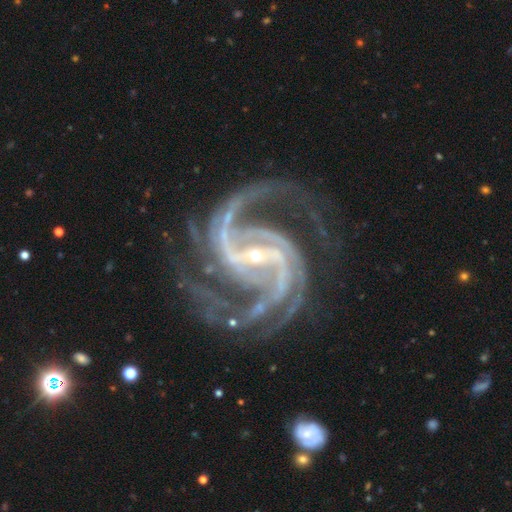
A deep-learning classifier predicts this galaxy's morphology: Smooth or featured?
  - featured or disk: 94% *
  - star or artifact: 4%
  - smooth: 2%
Edge-on disk?
  - no: 98% *
  - yes: 2%
Bar?
  - strong: 61% *
  - weak: 28%
  - no: 12%
Spiral arms?
  - yes: 99% *
  - no: 1%
Spiral winding?
  - medium: 58% *
  - tight: 28%
  - loose: 14%
Spiral arm count?
  - 2: 36% *
  - 3: 24%
  - 4: 14%
  - can't tell: 10%
  - more than 4: 9%
  - 1: 8%
Bulge size?
  - small: 82% *
  - moderate: 15%
  - none: 1%
  - large: 1%
  - dominant: 1%
Merging?
  - none: 70% *
  - minor disturbance: 16%
  - major disturbance: 12%
  - merger: 2%